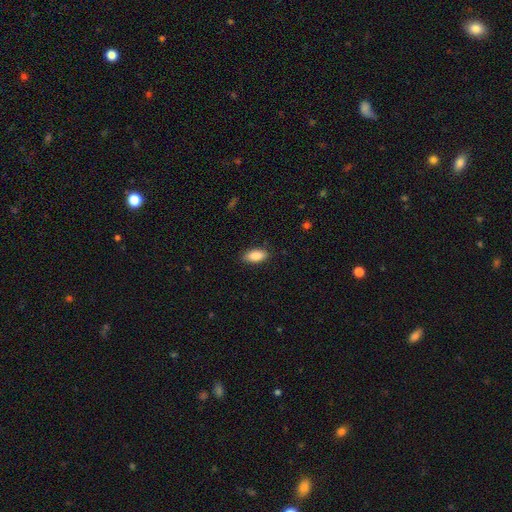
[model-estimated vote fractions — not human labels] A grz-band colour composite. It shows a smooth galaxy with no disk features (86%) that is in between round and cigar-shaped (89%). Merging: none (87%).